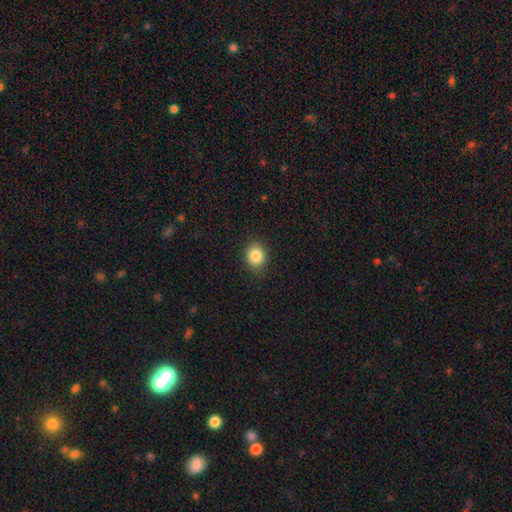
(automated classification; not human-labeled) A smooth galaxy with no disk features (85%) that is round (63%). Merging: none (86%).